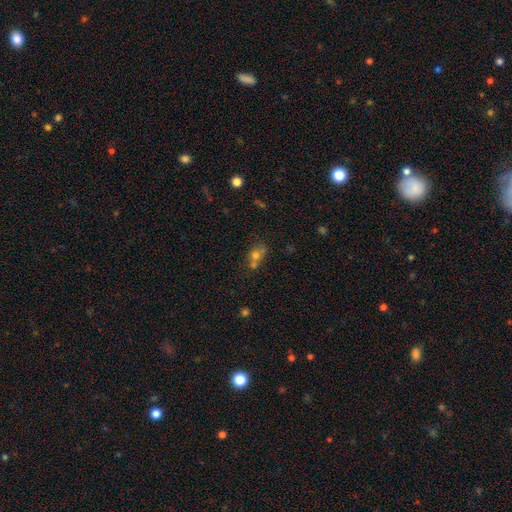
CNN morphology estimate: A smooth galaxy with no disk features (65%) that is in between round and cigar-shaped (51%). Merging: none (39%, tied with merger).